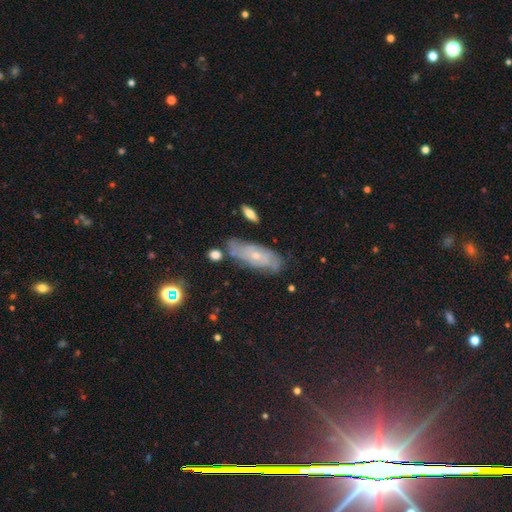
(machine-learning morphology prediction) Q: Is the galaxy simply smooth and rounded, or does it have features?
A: featured or disk — 65%.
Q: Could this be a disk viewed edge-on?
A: no — 85%.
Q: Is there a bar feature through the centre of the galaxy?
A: no — 73%.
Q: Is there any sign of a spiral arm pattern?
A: yes — 84%.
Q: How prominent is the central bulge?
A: small — 71%.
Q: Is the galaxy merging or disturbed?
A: none — 70%.